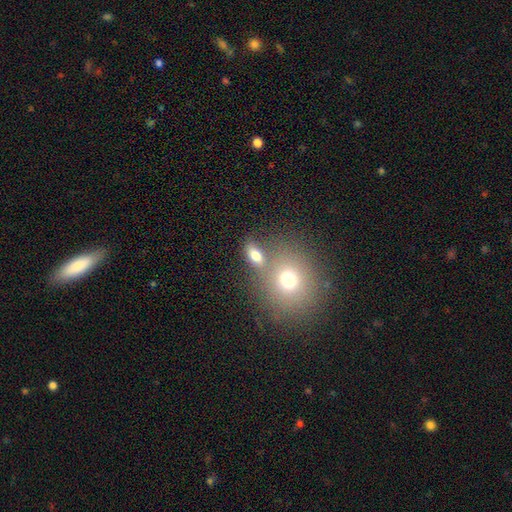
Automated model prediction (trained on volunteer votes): Smooth or featured? smooth (75%)
How rounded? in between (68%)
Merging? none (54%)